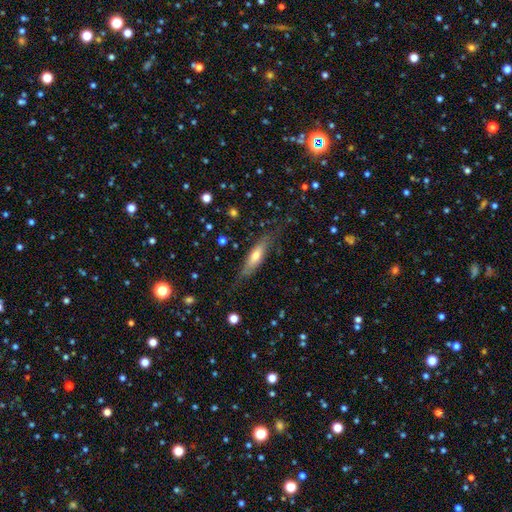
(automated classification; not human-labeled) This is possibly a smooth galaxy (50%). Merging: likely none (70%).